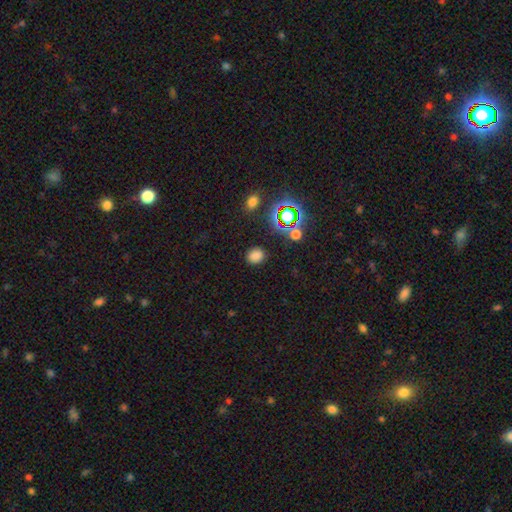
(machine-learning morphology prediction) smooth-or-featured: smooth: 74% | star or artifact: 20% | featured or disk: 6%
  how-rounded: round: 59% | in between: 40% | cigar-shaped: 1%
  merging: none: 85% | minor disturbance: 9% | major disturbance: 3% | merger: 2%